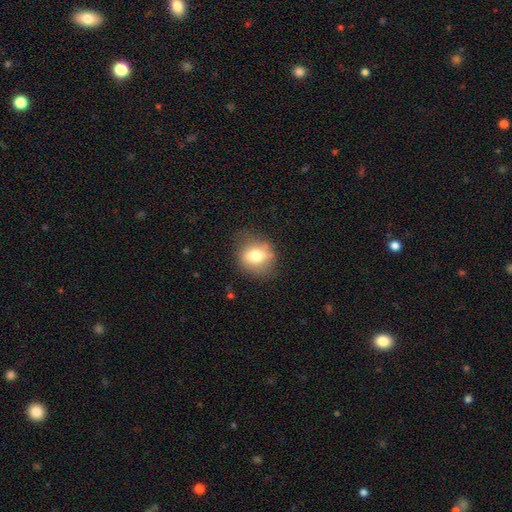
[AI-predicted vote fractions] Smooth or featured: smooth — 72% (featured or disk — 19%)
How rounded: round — 61% (in between — 38%)
Merging: none — 70% (minor disturbance — 21%)